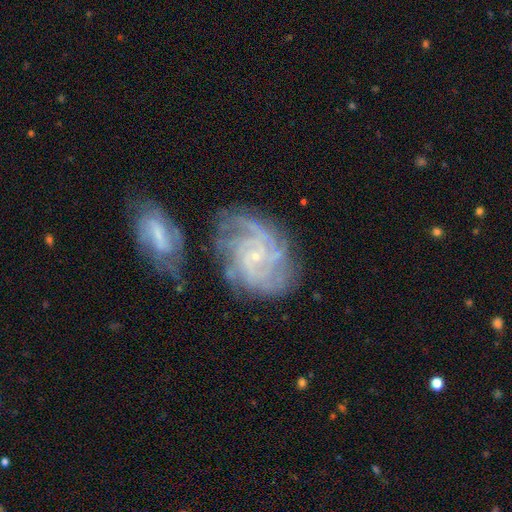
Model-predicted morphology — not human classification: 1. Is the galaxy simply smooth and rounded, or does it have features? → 87% featured or disk, 7% smooth, 6% star or artifact.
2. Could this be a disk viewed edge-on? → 97% no, 3% yes.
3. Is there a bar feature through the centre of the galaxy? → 68% no, 25% weak, 7% strong.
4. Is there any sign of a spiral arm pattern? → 97% yes, 3% no.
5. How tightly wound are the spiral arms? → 70% tight, 25% medium, 5% loose.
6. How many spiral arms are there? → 28% 4, 23% can't tell, 19% 3, 11% 2, 11% more than 4, 7% 1.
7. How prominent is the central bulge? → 86% small, 8% moderate, 4% none, 1% large, 1% dominant.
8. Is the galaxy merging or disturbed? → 55% none, 19% minor disturbance, 17% merger, 9% major disturbance.